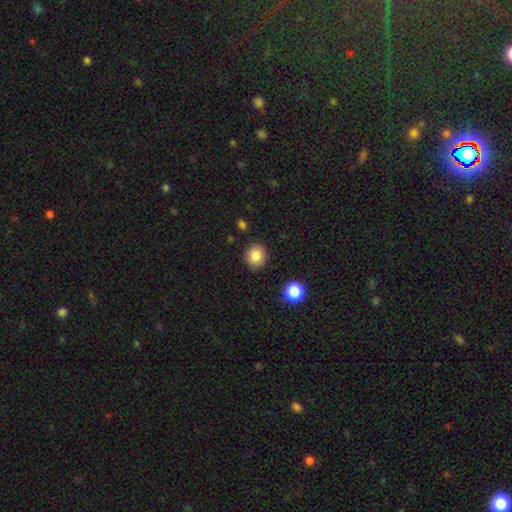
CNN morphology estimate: This is clearly a smooth galaxy (84%). How rounded: likely round (78%). Merging: clearly none (89%).